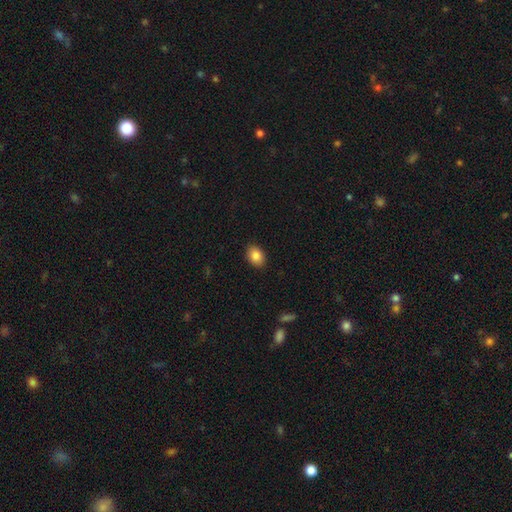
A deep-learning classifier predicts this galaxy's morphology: type=smooth (85%); roundness=in between (75%); merging=none (89%).